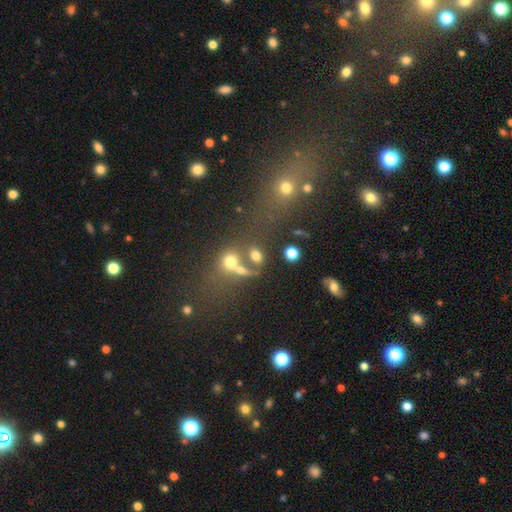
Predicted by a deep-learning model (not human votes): Smooth or featured?
  - smooth: 71% *
  - star or artifact: 16%
  - featured or disk: 13%
How rounded?
  - in between: 56% *
  - round: 40%
  - cigar-shaped: 4%
Merging?
  - none: 49% *
  - merger: 32%
  - minor disturbance: 11%
  - major disturbance: 8%